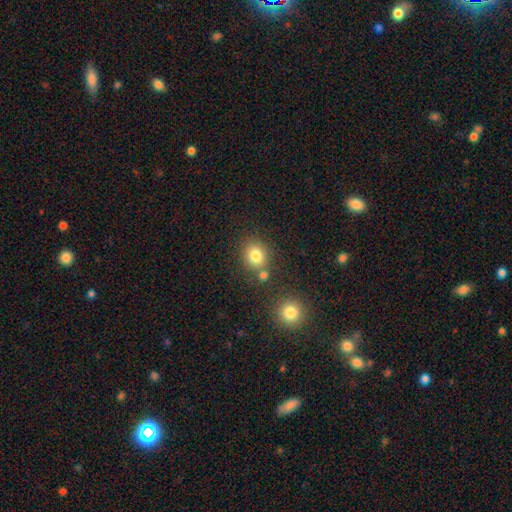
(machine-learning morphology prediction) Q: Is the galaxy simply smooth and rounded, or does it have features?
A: smooth — 81%.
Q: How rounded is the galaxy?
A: round — 76%.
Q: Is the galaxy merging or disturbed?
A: none — 71%.